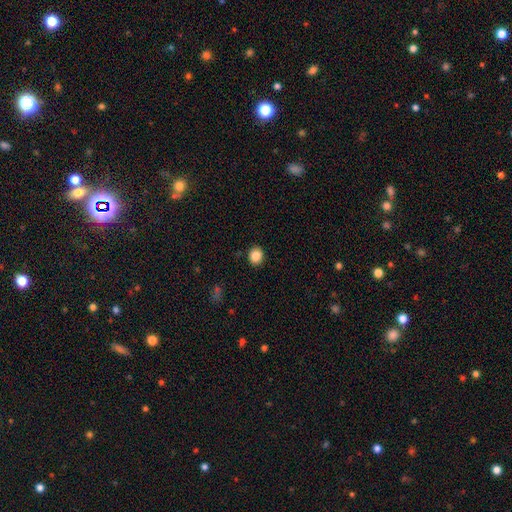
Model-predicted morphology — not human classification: Smooth or featured? Predicted: smooth (p=0.86). How rounded? Predicted: round (p=0.71). Merging? Predicted: none (p=0.90).